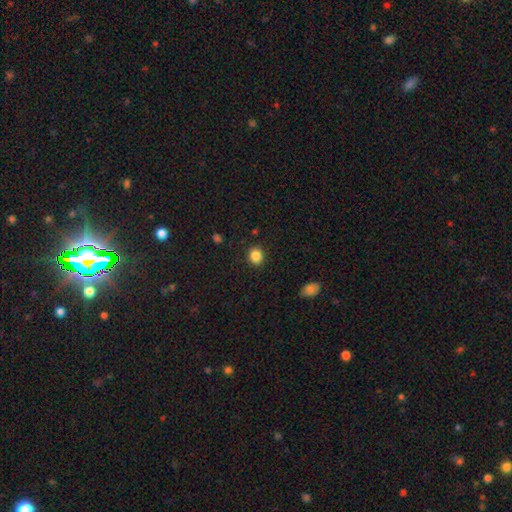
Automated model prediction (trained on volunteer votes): Smooth or featured?
  - smooth: 85% *
  - star or artifact: 10%
  - featured or disk: 4%
How rounded?
  - round: 70% *
  - in between: 29%
  - cigar-shaped: 1%
Merging?
  - none: 89% *
  - minor disturbance: 7%
  - major disturbance: 2%
  - merger: 1%